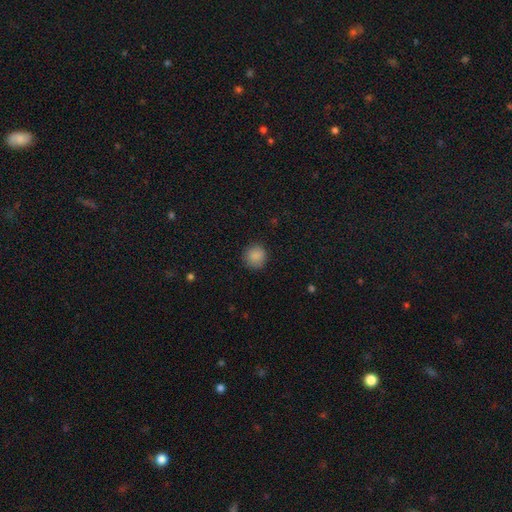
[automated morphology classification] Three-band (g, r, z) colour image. It shows a smooth galaxy with no disk features (87%) that is round (91%). Merging: none (88%).